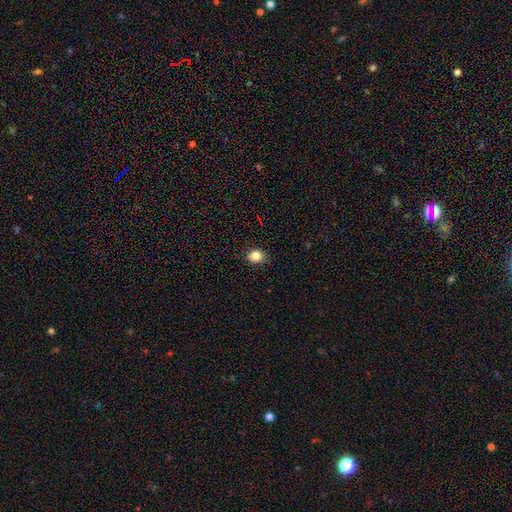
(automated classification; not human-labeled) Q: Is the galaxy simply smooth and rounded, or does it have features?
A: smooth — 83%.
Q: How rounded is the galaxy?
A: round — 61%.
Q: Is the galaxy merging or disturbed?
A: none — 86%.